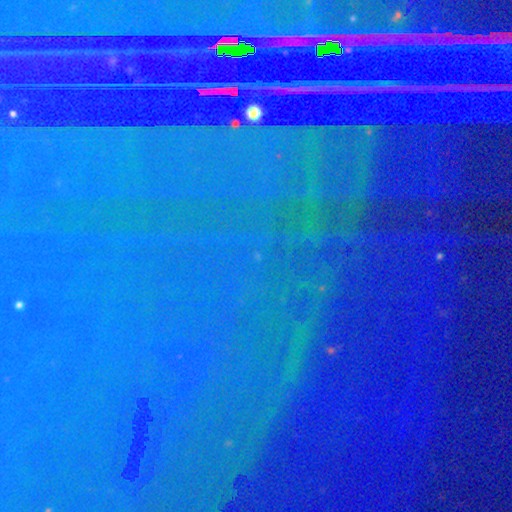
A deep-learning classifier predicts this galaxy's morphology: Overall: star or artifact (87%).